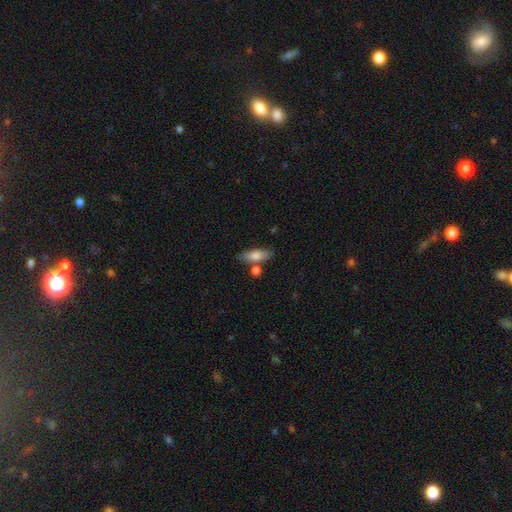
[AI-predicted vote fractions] This appears to be a smooth galaxy with no disk features (78%) that is in between round and cigar-shaped (64%). Merging: none (69%).